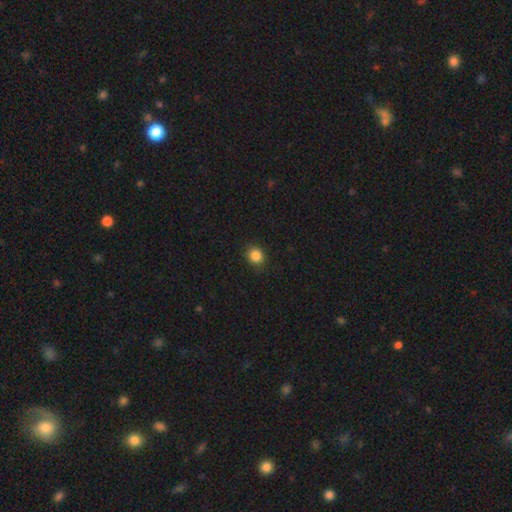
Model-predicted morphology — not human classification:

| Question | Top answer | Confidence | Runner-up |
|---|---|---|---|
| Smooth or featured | smooth | 86% | star or artifact (11%) |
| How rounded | round | 74% | in between (25%) |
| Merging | none | 88% | minor disturbance (9%) |